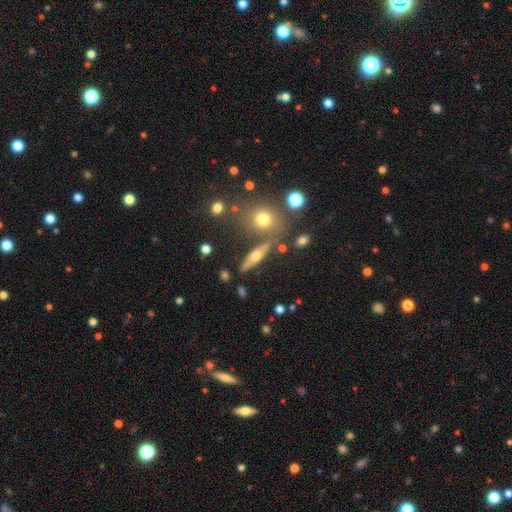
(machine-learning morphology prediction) Smooth or featured? Predicted: featured or disk (p=0.51). Edge-on disk? Predicted: yes (p=0.86). Merging? Predicted: none (p=0.75).